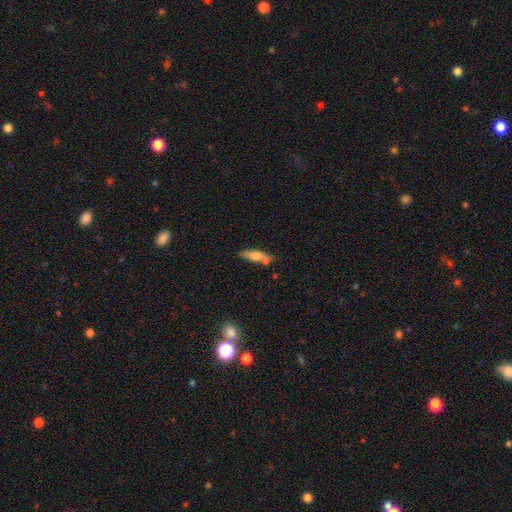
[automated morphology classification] This is likely a smooth galaxy (66%). How rounded: possibly cigar-shaped (48%, tied with in between). Merging: possibly none (51%).